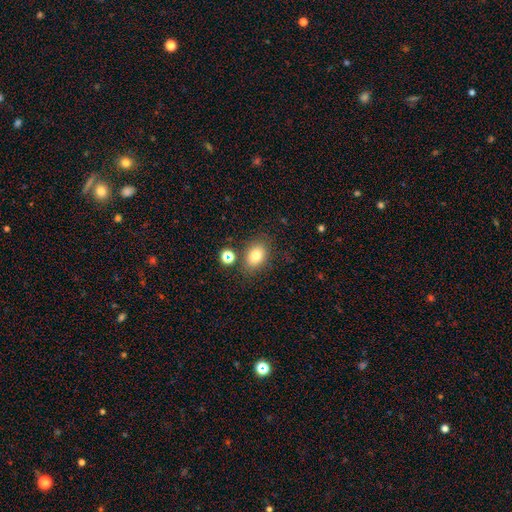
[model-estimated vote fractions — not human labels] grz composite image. It shows a smooth galaxy with no disk features (79%) that is in between round and cigar-shaped (70%). Merging: none (76%).